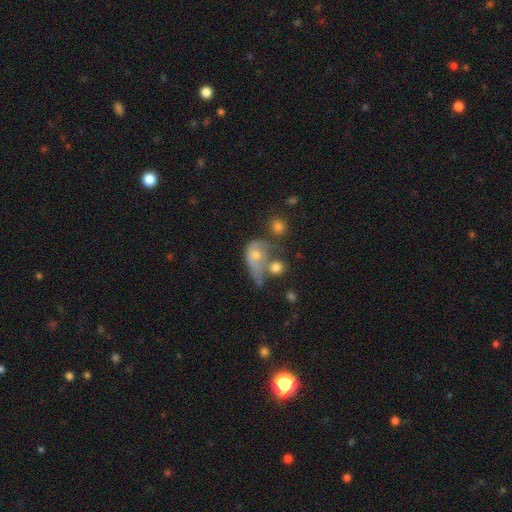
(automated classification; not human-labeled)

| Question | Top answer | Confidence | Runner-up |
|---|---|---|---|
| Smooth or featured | smooth | 57% | featured or disk (32%) |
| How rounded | in between | 62% | round (35%) |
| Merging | merger | 35% | major disturbance (29%) |